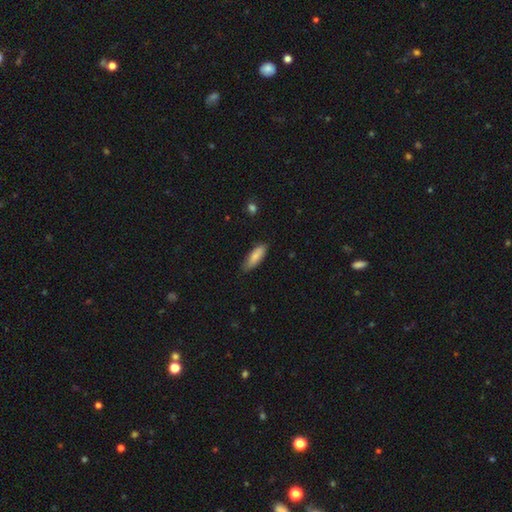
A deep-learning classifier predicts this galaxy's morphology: smooth 82%, featured or disk 12%, star or artifact 6%. Down the decision tree: how rounded — in between (62%); merging — none (78%).